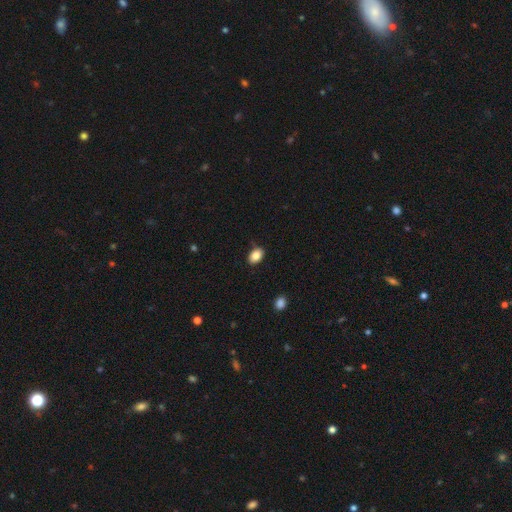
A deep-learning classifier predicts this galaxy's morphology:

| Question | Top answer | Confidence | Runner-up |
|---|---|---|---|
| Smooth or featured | smooth | 85% | star or artifact (8%) |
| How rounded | in between | 84% | round (15%) |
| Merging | none | 85% | minor disturbance (11%) |